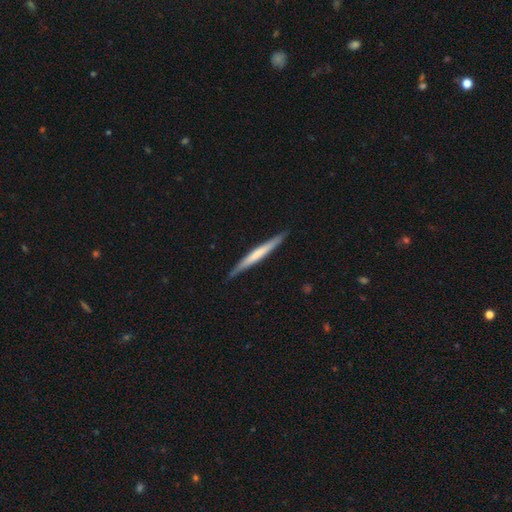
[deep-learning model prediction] Overall: featured or disk (48%; smooth 47%). Merging: none (89%).